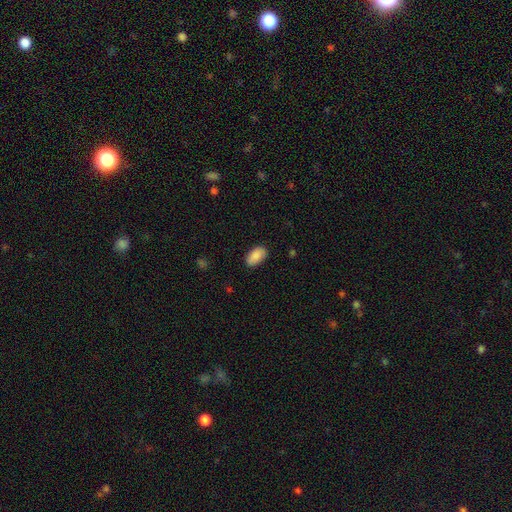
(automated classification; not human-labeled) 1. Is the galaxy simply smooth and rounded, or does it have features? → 88% smooth, 6% star or artifact, 5% featured or disk.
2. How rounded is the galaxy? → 94% in between, 4% round, 2% cigar-shaped.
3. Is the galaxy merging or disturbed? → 84% none, 13% minor disturbance, 3% major disturbance, 1% merger.